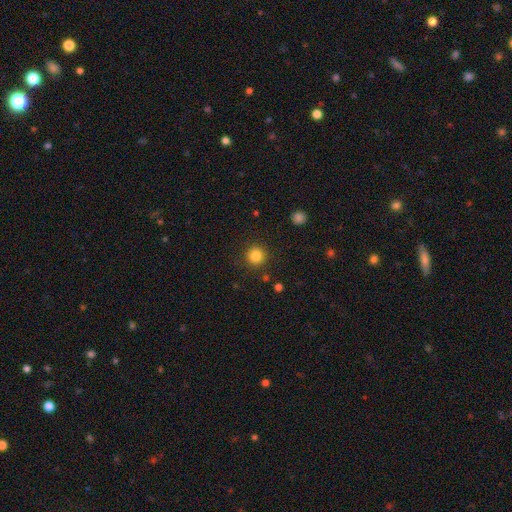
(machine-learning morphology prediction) smooth-or-featured: smooth: 84% | star or artifact: 12% | featured or disk: 5%
  how-rounded: round: 94% | in between: 5% | cigar-shaped: 1%
  merging: none: 90% | minor disturbance: 6% | major disturbance: 3% | merger: 2%